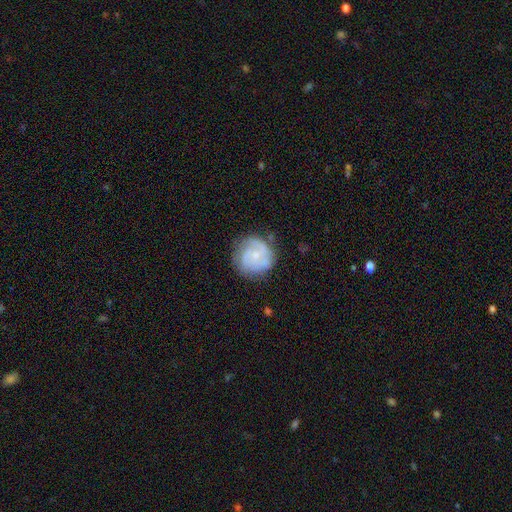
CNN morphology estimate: featured or disk 63%, smooth 31%, star or artifact 7%. Down the decision tree: edge-on disk — no (98%); bar — no (75%); spiral arms — yes (84%); spiral arm count — 2 (34%); spiral winding — tight (49%); bulge size — small (69%); merging — none (72%).